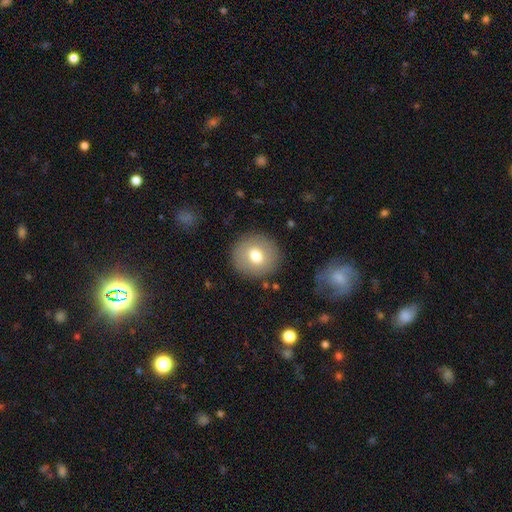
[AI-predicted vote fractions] smooth_or_featured: smooth (p=0.72) [alt: featured or disk p=0.19]
how_rounded: round (p=0.91) [alt: in between p=0.08]
merging: none (p=0.88) [alt: minor disturbance p=0.08]